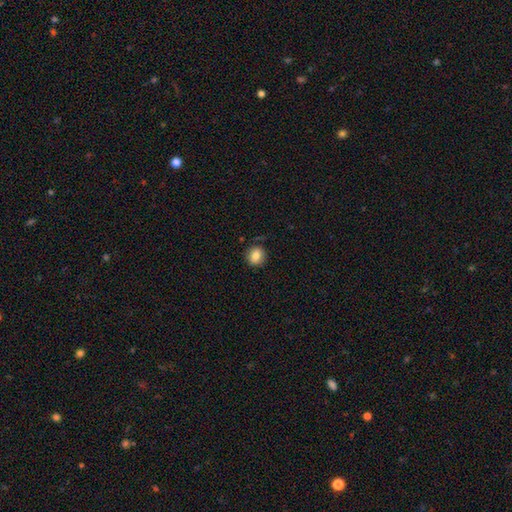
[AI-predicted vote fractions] Smooth or featured: smooth — 82% (star or artifact — 9%)
How rounded: round — 83% (in between — 16%)
Merging: none — 84% (minor disturbance — 12%)